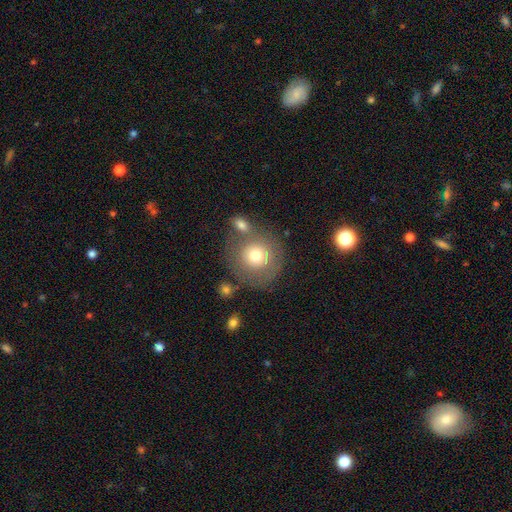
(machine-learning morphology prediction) Overall: smooth (68%). How rounded: round (91%). Merging: none (61%).